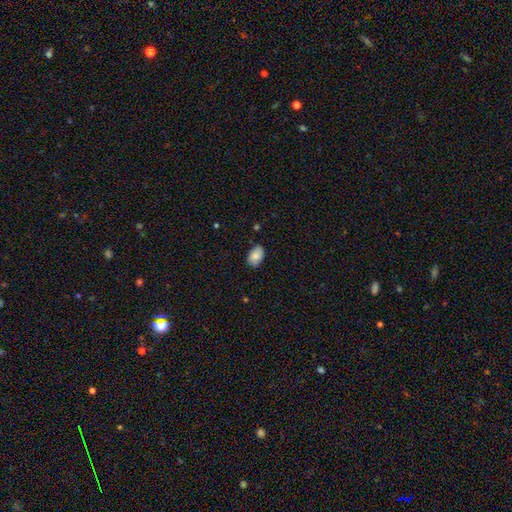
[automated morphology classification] A smooth galaxy with no disk features (83%) that is in between round and cigar-shaped (89%). Merging: none (77%).